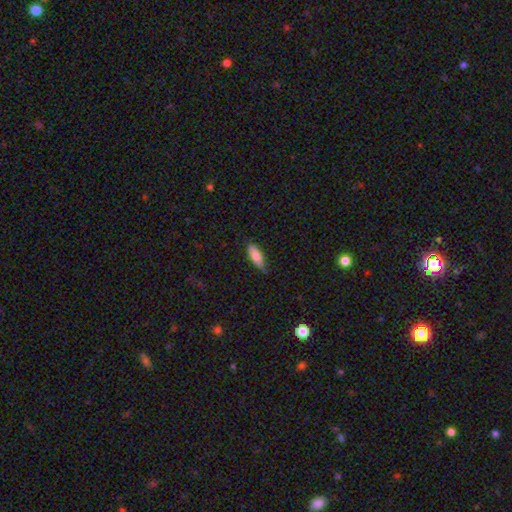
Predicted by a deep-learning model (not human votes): This appears to be a smooth galaxy with no disk features (78%) that is in between round and cigar-shaped (63%). Merging: none (74%).